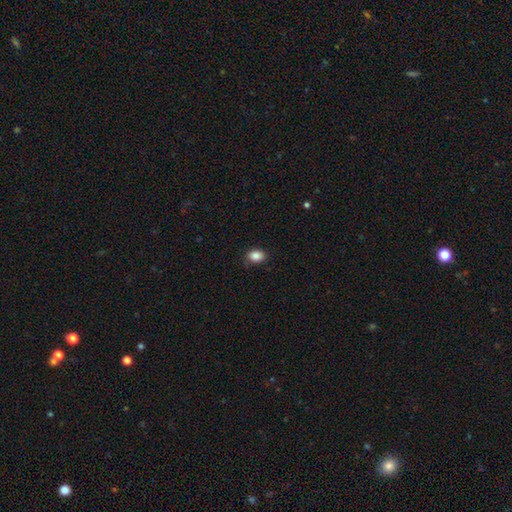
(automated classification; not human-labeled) smooth 86%, star or artifact 9%, featured or disk 5%. Down the decision tree: how rounded — in between (69%); merging — none (85%).